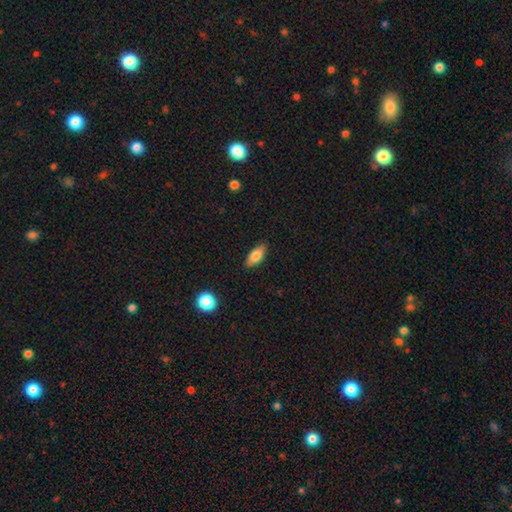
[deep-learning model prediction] Morphology: type=smooth (80%); roundness=in between (84%); merging=none (87%).